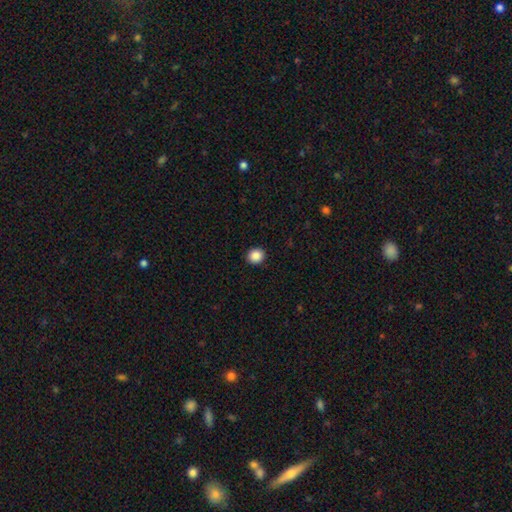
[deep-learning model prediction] Q: Smooth or featured?
A: smooth (87%); runner-up: star or artifact (10%)
Q: How rounded?
A: round (81%); runner-up: in between (18%)
Q: Merging?
A: none (92%); runner-up: minor disturbance (5%)